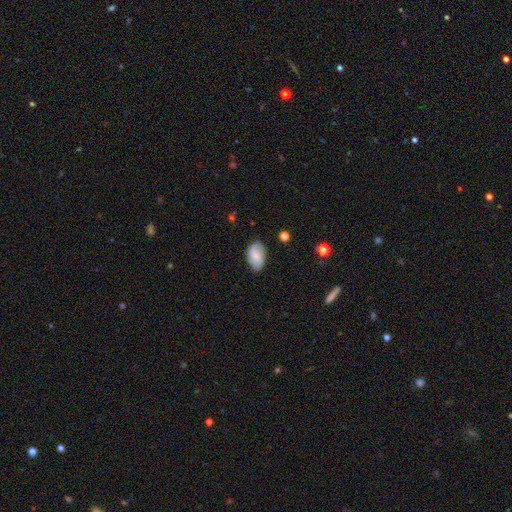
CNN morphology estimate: smooth 73%, featured or disk 20%, star or artifact 7%. Down the decision tree: how rounded — in between (92%); merging — none (78%).